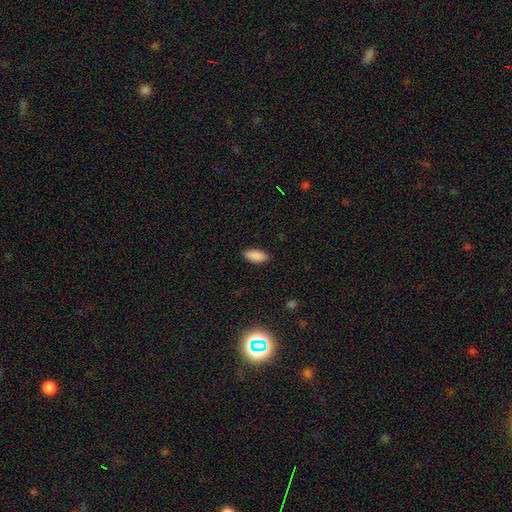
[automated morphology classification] Smooth or featured? Predicted: smooth (p=0.89). How rounded? Predicted: in between (p=0.88). Merging? Predicted: none (p=0.88).